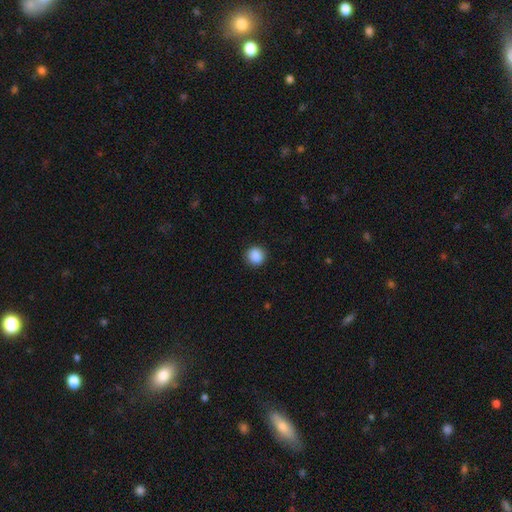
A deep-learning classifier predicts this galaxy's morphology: Overall: smooth (88%). How rounded: round (87%). Merging: none (90%).